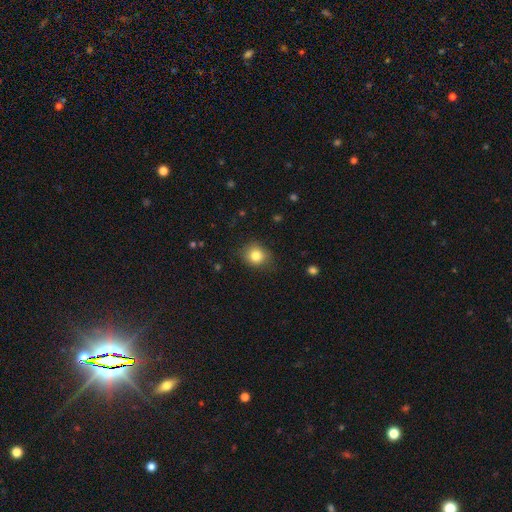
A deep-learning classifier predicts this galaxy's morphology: Overall: smooth (83%). How rounded: round (73%). Merging: none (78%).